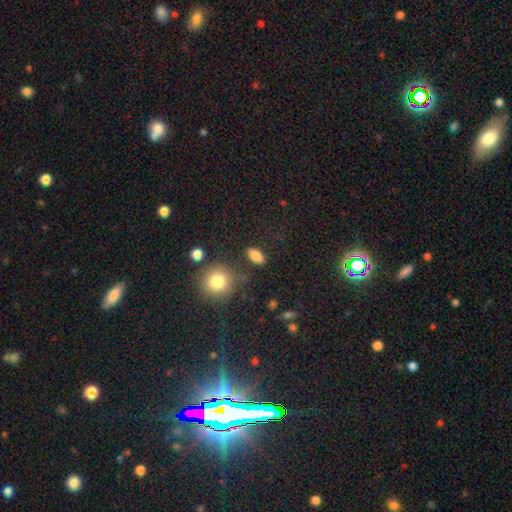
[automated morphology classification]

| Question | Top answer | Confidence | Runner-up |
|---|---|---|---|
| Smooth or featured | smooth | 84% | star or artifact (9%) |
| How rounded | in between | 83% | round (9%) |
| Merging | none | 84% | minor disturbance (10%) |